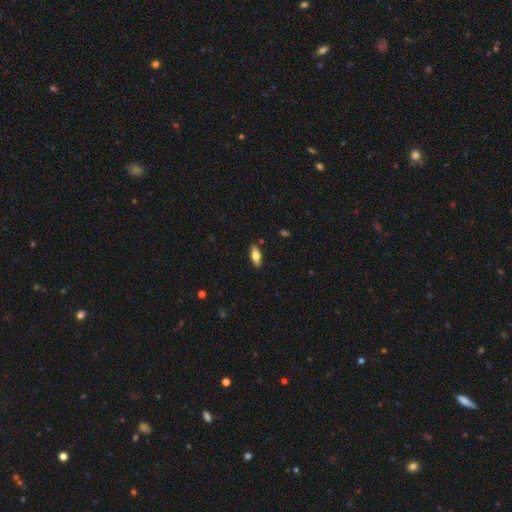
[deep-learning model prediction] A smooth galaxy with no disk features (68%) that is in between round and cigar-shaped (77%). Merging: none (88%).